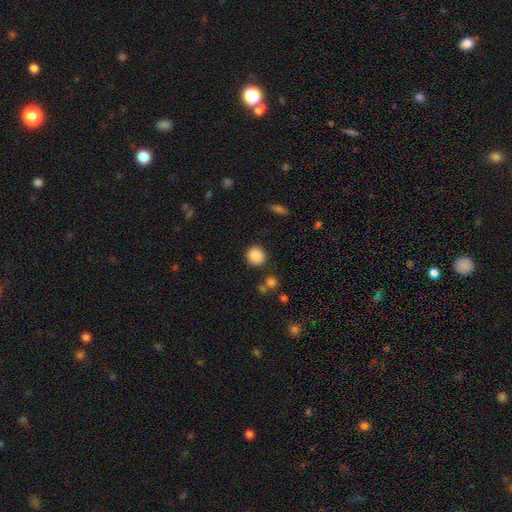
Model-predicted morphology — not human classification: Smooth or featured? Predicted: smooth (p=0.87). How rounded? Predicted: round (p=0.89). Merging? Predicted: none (p=0.86).